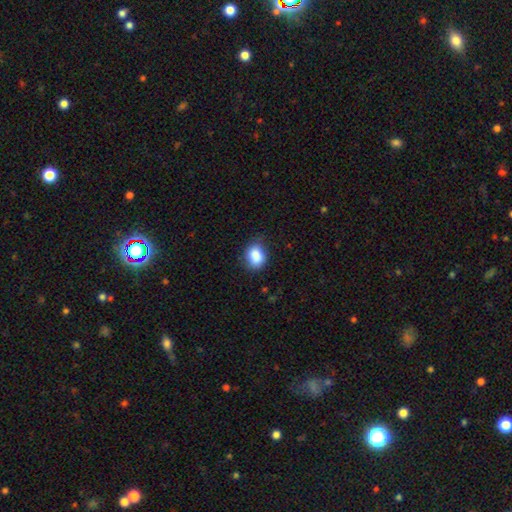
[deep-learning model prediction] Morphology: type=smooth (86%); roundness=in between (59%); merging=none (68%).